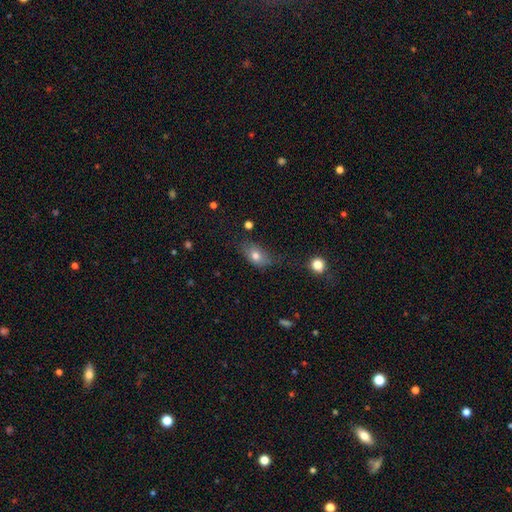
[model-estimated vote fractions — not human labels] smooth 76%, featured or disk 14%, star or artifact 10%. Down the decision tree: how rounded — in between (80%); merging — none (54%).